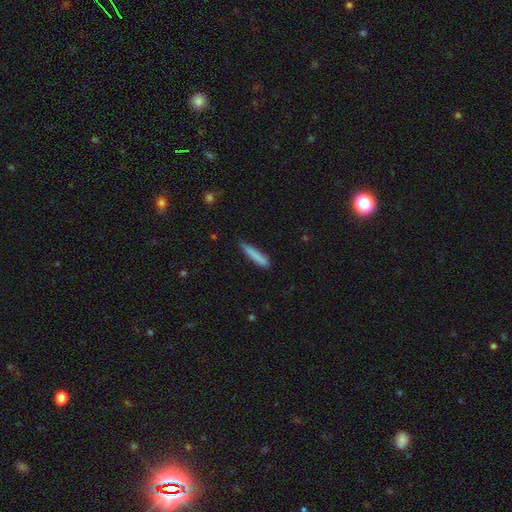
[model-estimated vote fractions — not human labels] Q: Smooth or featured?
A: smooth (83%); runner-up: featured or disk (11%)
Q: How rounded?
A: cigar-shaped (91%); runner-up: in between (8%)
Q: Merging?
A: none (76%); runner-up: minor disturbance (19%)